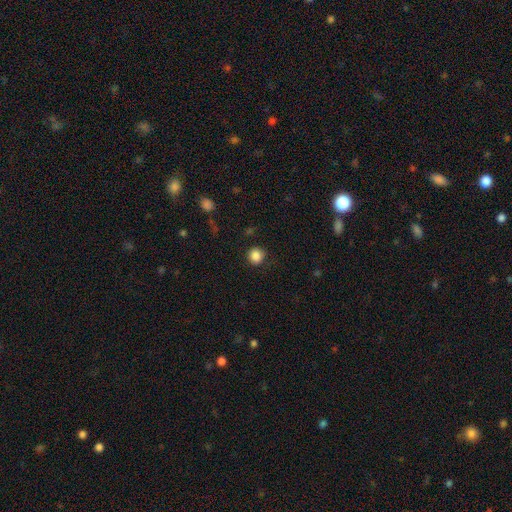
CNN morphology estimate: type=smooth (86%); roundness=round (90%); merging=none (86%).